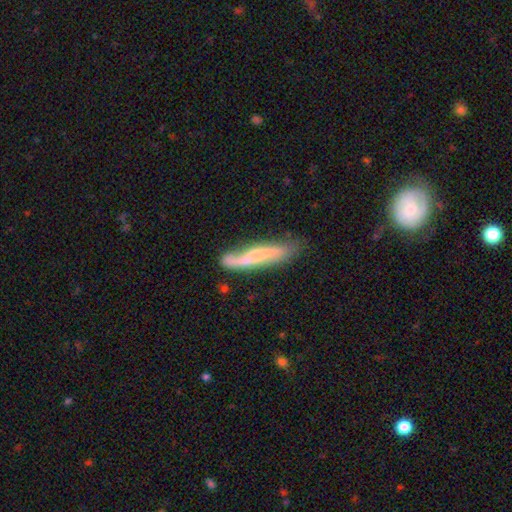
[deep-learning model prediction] Smooth or featured? featured or disk (59%)
Edge-on disk? no (56%)
Merging? none (58%)